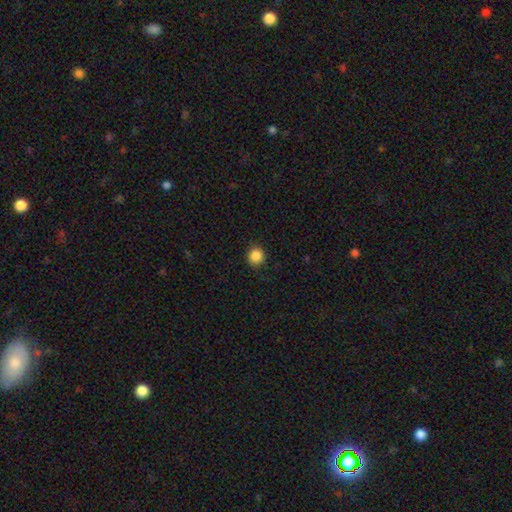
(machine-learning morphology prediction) smooth_or_featured: smooth (p=0.86) [alt: star or artifact p=0.10]
how_rounded: round (p=0.90) [alt: in between p=0.09]
merging: none (p=0.90) [alt: minor disturbance p=0.07]